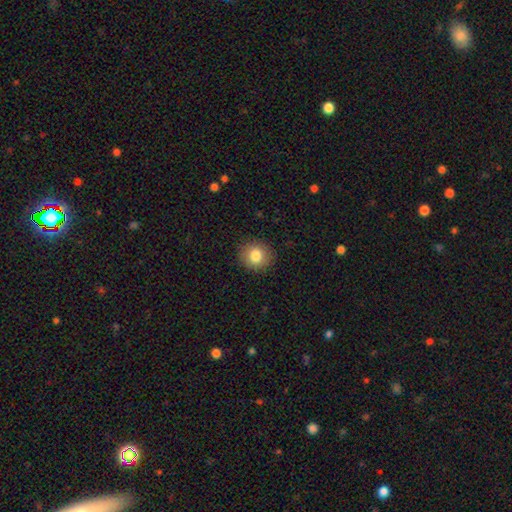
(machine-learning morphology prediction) Smooth or featured? smooth (82%)
How rounded? round (82%)
Merging? none (89%)